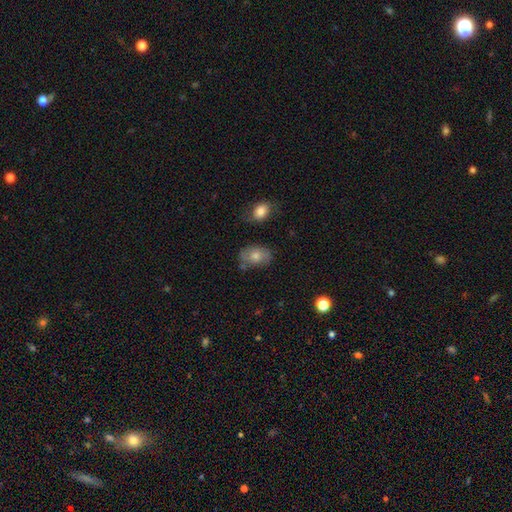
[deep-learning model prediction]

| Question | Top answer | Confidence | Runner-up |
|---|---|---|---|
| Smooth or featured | smooth | 64% | featured or disk (23%) |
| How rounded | in between | 78% | round (21%) |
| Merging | none | 67% | minor disturbance (22%) |